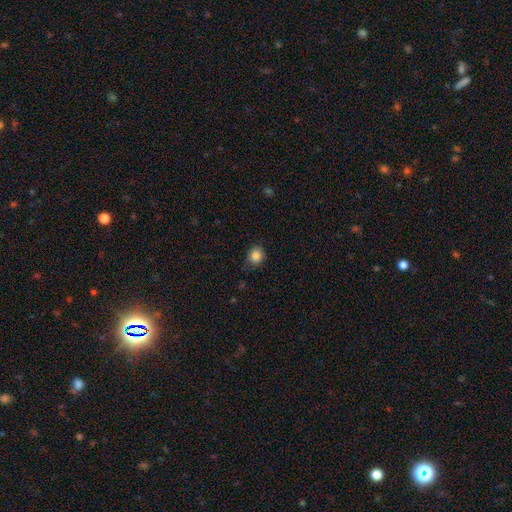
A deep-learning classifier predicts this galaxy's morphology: smooth 85%, star or artifact 10%, featured or disk 5%. Down the decision tree: how rounded — round (77%); merging — none (75%).